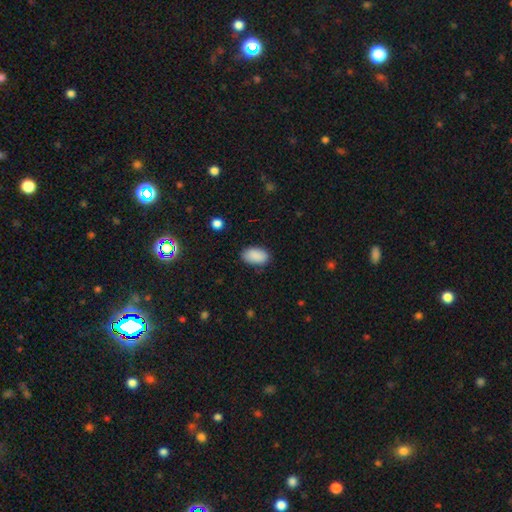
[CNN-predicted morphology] smooth 90%, star or artifact 7%, featured or disk 3%. Down the decision tree: how rounded — in between (94%); merging — none (84%).